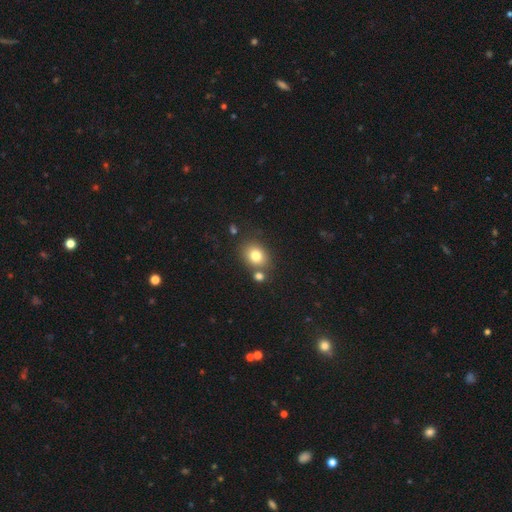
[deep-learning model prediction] The model was most divided on "how rounded": round: 50%, in between: 49%, cigar-shaped: 1%. More confident: smooth or featured — smooth (79%); merging — none (69%).